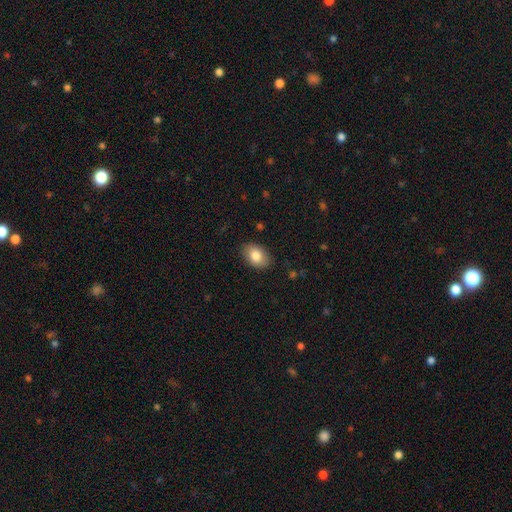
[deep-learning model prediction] Morphology: type=smooth (83%); roundness=in between (85%); merging=none (85%).